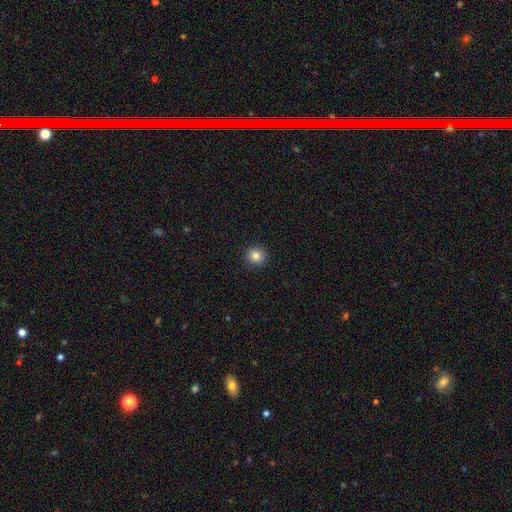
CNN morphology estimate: smooth_or_featured: smooth (p=0.83) [alt: star or artifact p=0.11]
how_rounded: round (p=0.94) [alt: in between p=0.05]
merging: none (p=0.92) [alt: minor disturbance p=0.05]